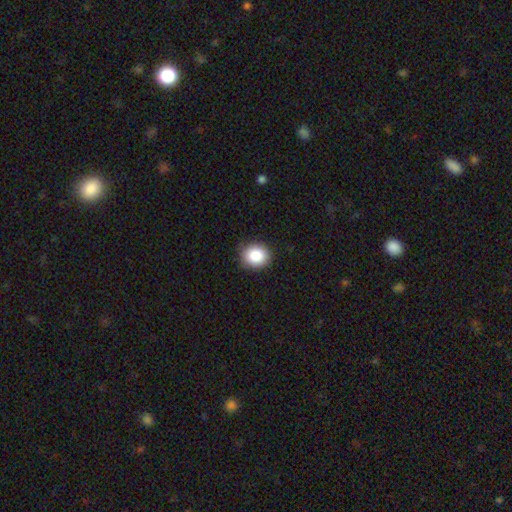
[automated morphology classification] Q: Smooth or featured?
A: smooth (87%); runner-up: star or artifact (9%)
Q: How rounded?
A: round (71%); runner-up: in between (28%)
Q: Merging?
A: none (87%); runner-up: minor disturbance (10%)